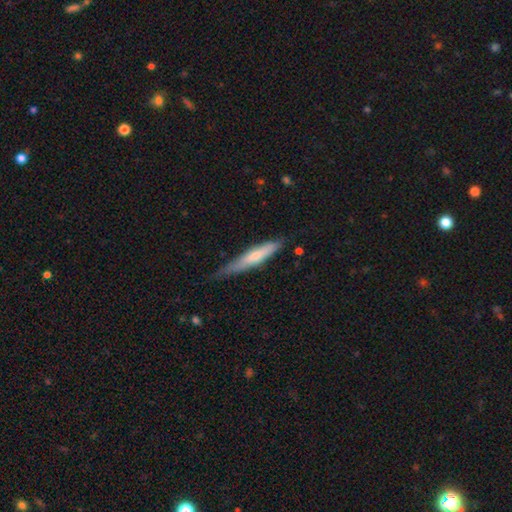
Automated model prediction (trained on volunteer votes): Smooth or featured? smooth (59%)
How rounded? cigar-shaped (89%)
Merging? none (63%)